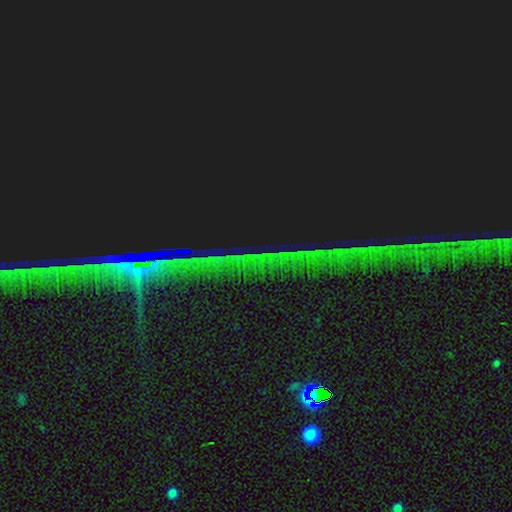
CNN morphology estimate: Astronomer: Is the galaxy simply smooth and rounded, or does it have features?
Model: star or artifact — 86%.